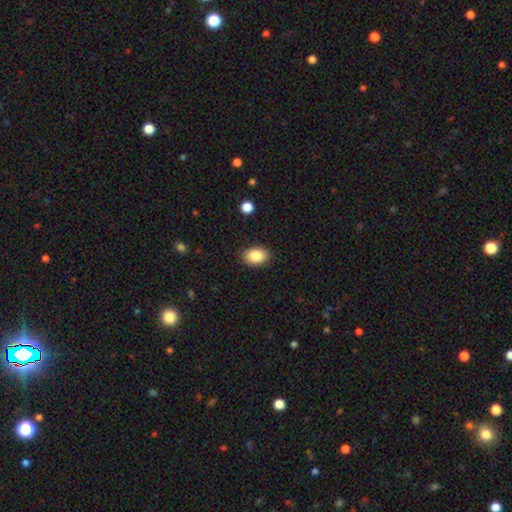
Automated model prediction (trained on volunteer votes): This appears to be a smooth galaxy with no disk features (86%) that is in between round and cigar-shaped (78%). Merging: none (88%).